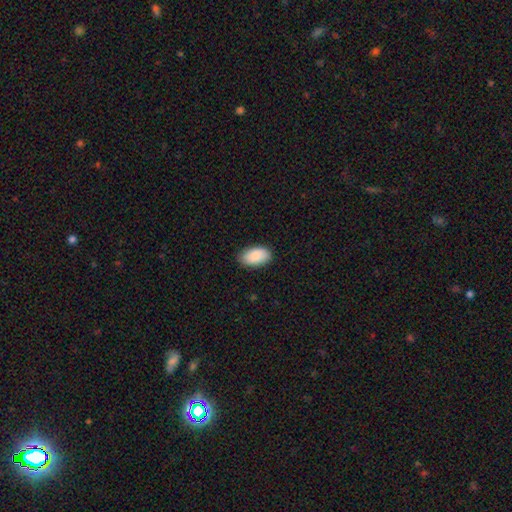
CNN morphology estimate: Smooth or featured? smooth (89%)
How rounded? in between (95%)
Merging? none (83%)